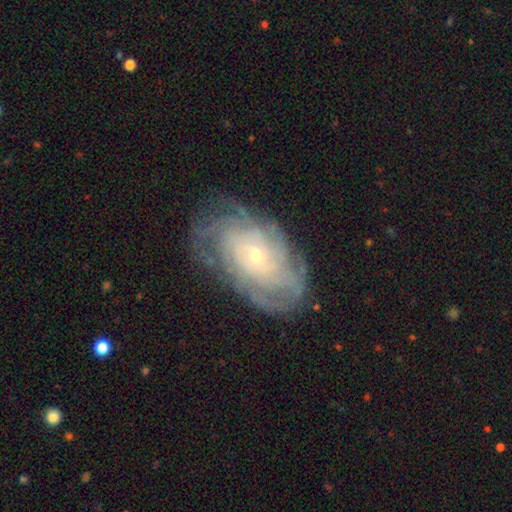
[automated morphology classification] A featured or disk galaxy (81%) with no bar (74%), tight (74%) spiral arms (93%) and a small central bulge (70%).

Vote fractions:
- Smooth or featured? featured or disk: 81% / smooth: 12% / star or artifact: 7%
- Edge-on disk? no: 95% / yes: 5%
- Bar? no: 74% / weak: 21% / strong: 5%
- Spiral arms? yes: 93% / no: 7%
- Spiral winding? tight: 74% / medium: 21% / loose: 6%
- Spiral arm count? can't tell: 45% / 4: 17% / more than 4: 16% / 3: 9% / 2: 8% / 1: 5%
- Bulge size? small: 70% / moderate: 26% / large: 2% / none: 1% / dominant: 1%
- Merging? none: 74% / minor disturbance: 18% / major disturbance: 8% / merger: 1%